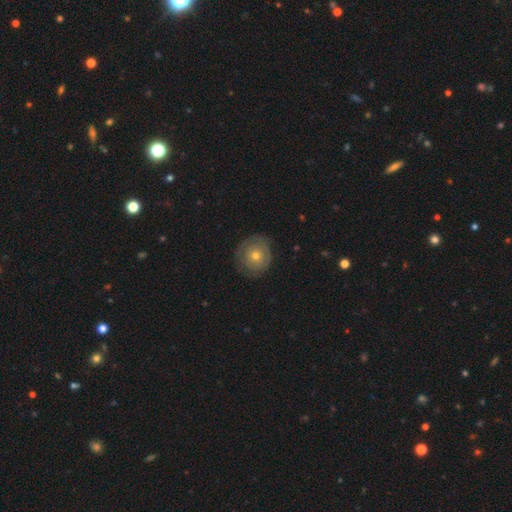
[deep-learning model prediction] Morphology: type=smooth (56%); roundness=round (88%); merging=none (77%).